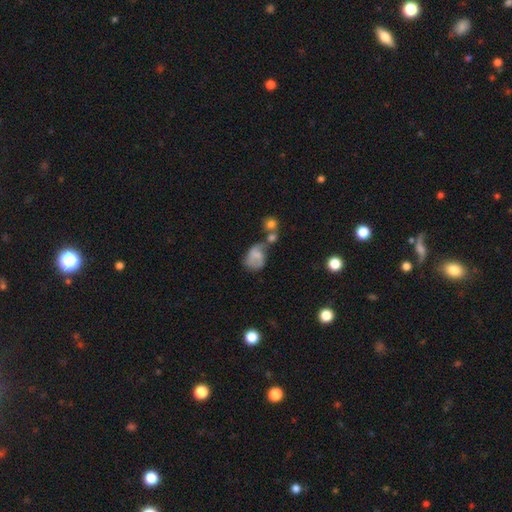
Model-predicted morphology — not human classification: Smooth or featured? smooth (60%)
How rounded? in between (68%)
Merging? merger (29%)